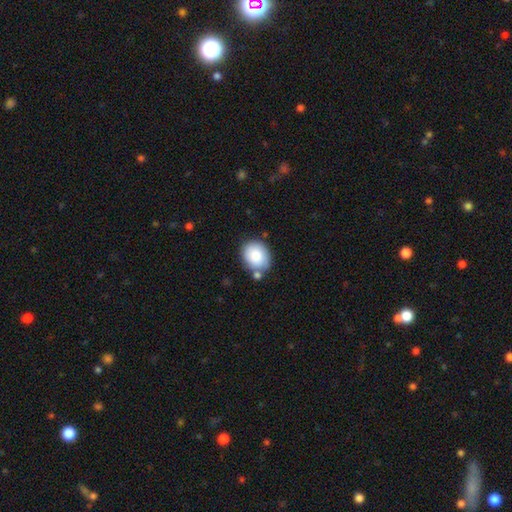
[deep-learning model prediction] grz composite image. It shows a smooth galaxy with no disk features (84%) that is round (53%). Merging: none (69%).